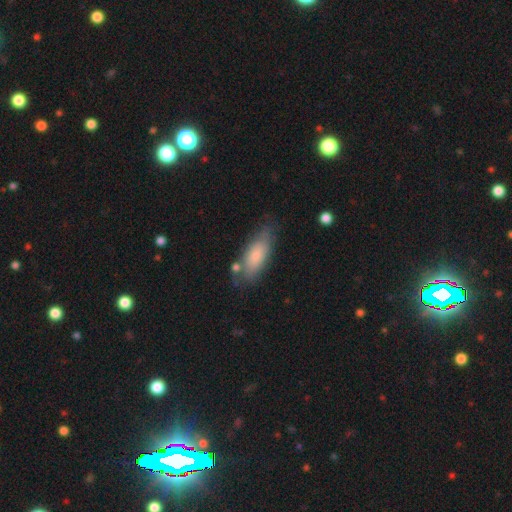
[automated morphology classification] smooth-or-featured: smooth: 75% | featured or disk: 18% | star or artifact: 6%
  how-rounded: in between: 74% | cigar-shaped: 24% | round: 2%
  merging: none: 66% | minor disturbance: 22% | merger: 6% | major disturbance: 6%